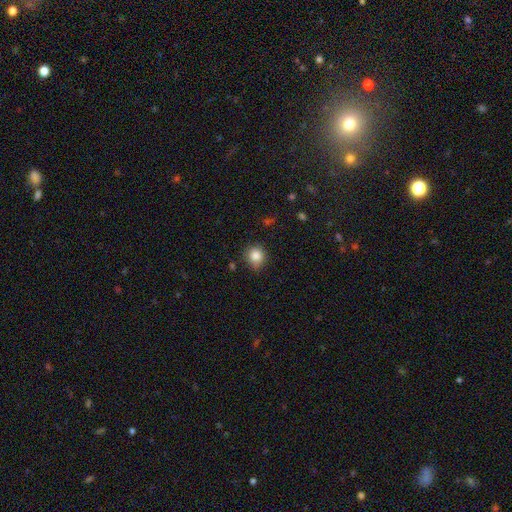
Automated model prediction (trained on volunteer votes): This appears to be a smooth galaxy with no disk features (84%) that is round (88%). Merging: none (78%).